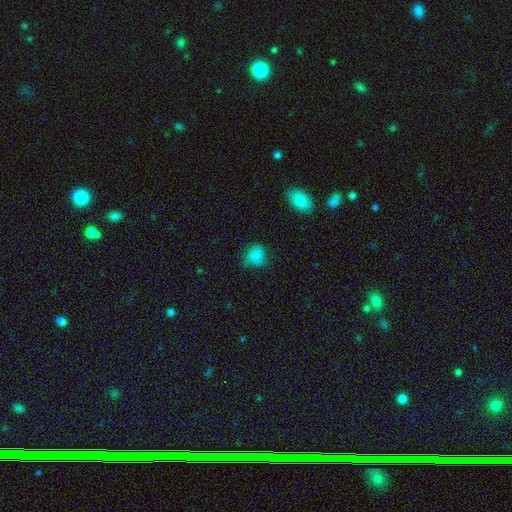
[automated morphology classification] A smooth galaxy with no disk features (80%) that is round (65%).

Vote fractions:
- Smooth or featured? smooth: 80% / star or artifact: 12% / featured or disk: 7%
- How rounded? round: 65% / in between: 34% / cigar-shaped: 1%
- Merging? none: 61% / minor disturbance: 28% / major disturbance: 9% / merger: 2%